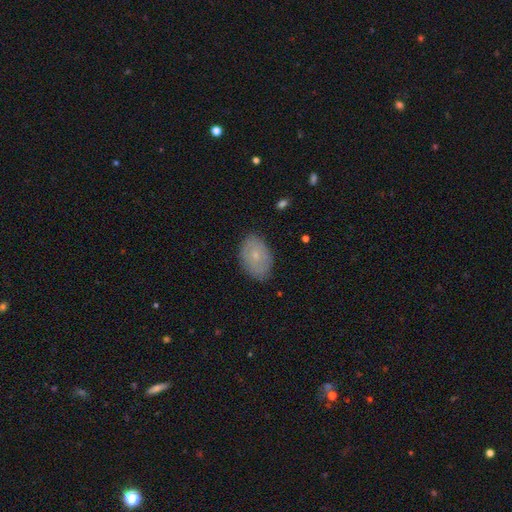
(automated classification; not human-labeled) This is likely a smooth galaxy (62%). How rounded: clearly in between (84%). Merging: clearly none (82%).